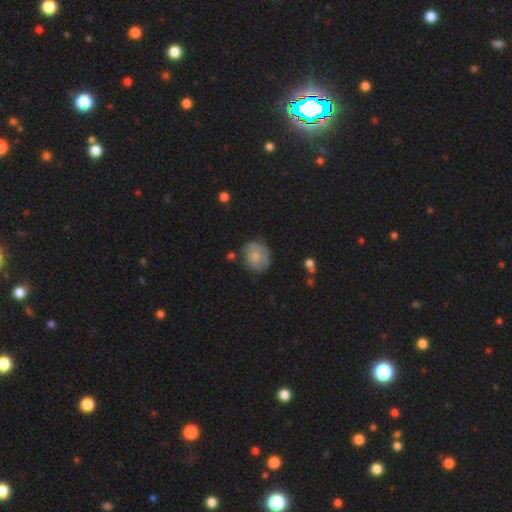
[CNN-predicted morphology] smooth_or_featured: smooth (p=0.68) [alt: featured or disk p=0.24]
how_rounded: round (p=0.73) [alt: in between p=0.26]
merging: none (p=0.67) [alt: minor disturbance p=0.23]